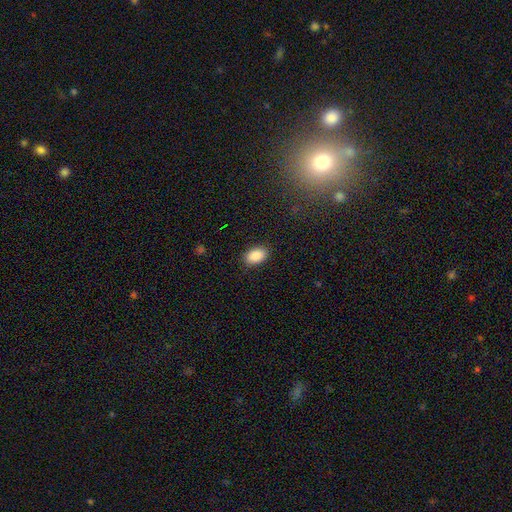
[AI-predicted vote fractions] Smooth or featured: smooth — 89% (star or artifact — 7%)
How rounded: in between — 91% (round — 8%)
Merging: none — 87% (minor disturbance — 10%)